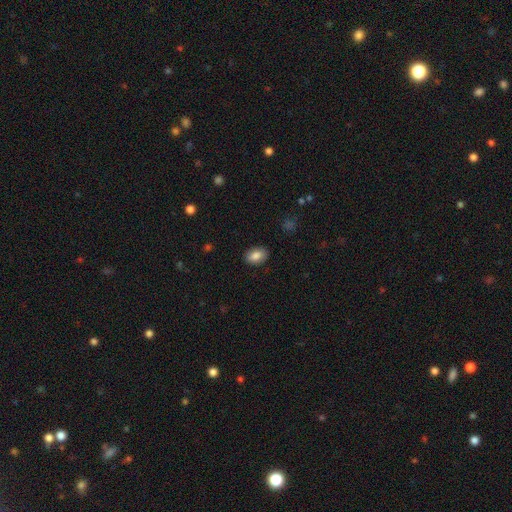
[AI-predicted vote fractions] Morphology: type=smooth (85%); roundness=in between (84%); merging=none (87%).